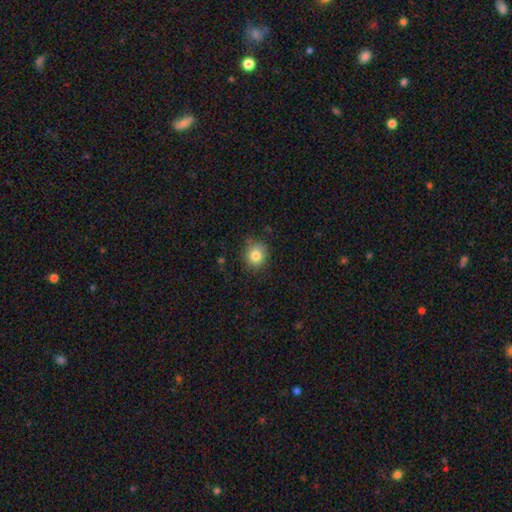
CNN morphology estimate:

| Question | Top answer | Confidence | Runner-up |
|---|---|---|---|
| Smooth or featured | smooth | 83% | star or artifact (10%) |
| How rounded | round | 83% | in between (17%) |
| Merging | none | 81% | minor disturbance (15%) |